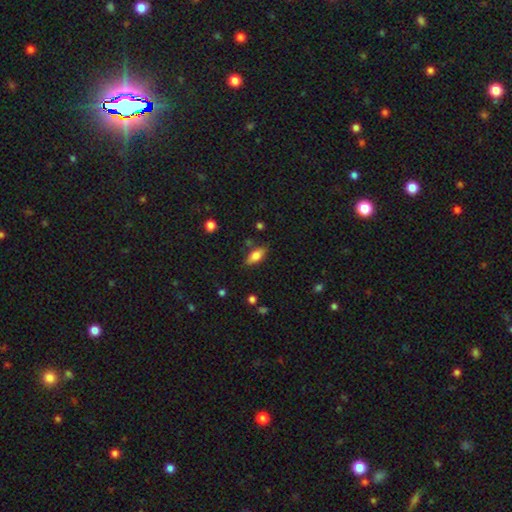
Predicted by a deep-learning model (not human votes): Smooth or featured? smooth (74%)
How rounded? in between (81%)
Merging? none (77%)